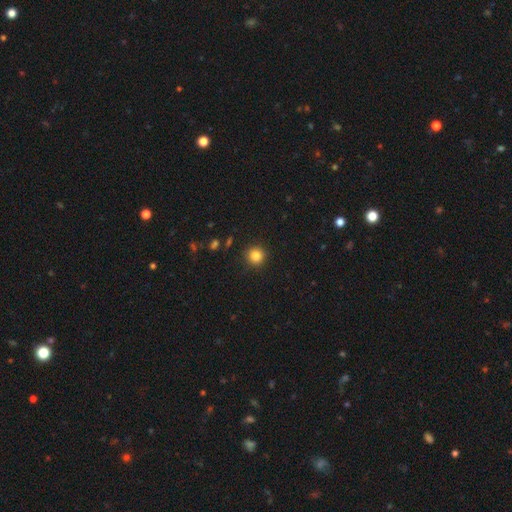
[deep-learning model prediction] smooth 84%, star or artifact 11%, featured or disk 4%. Down the decision tree: how rounded — round (95%); merging — none (91%).